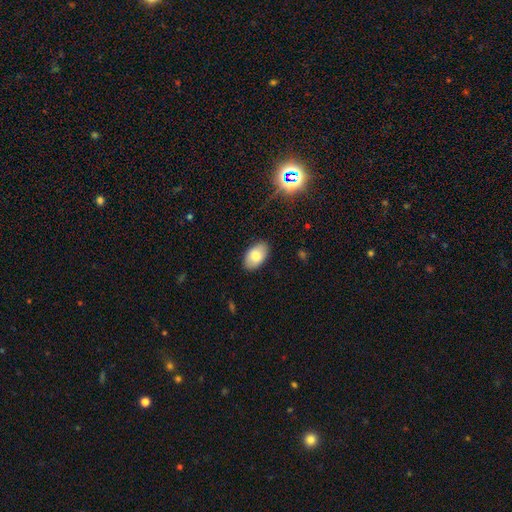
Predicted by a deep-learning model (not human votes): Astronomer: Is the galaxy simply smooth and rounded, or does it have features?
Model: smooth — 79%.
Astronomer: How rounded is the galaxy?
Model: in between — 93%.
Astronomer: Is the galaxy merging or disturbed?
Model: none — 87%.